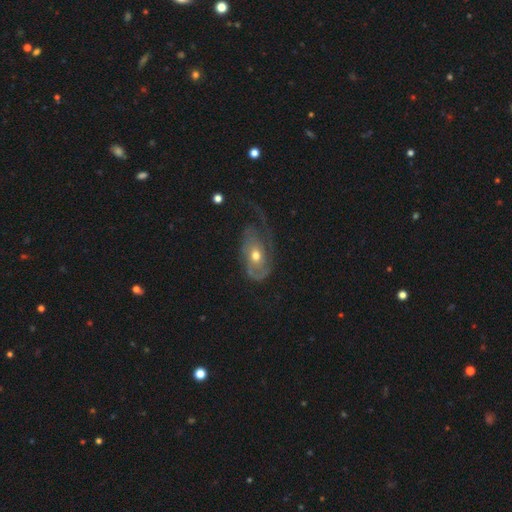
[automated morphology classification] Overall: featured or disk (65%; smooth 29%). Edge-on disk: no (93%). Bar: no (80%). Spiral arms: yes (71%). Bulge size: moderate (72%). Merging: major disturbance (47%; none 30%).